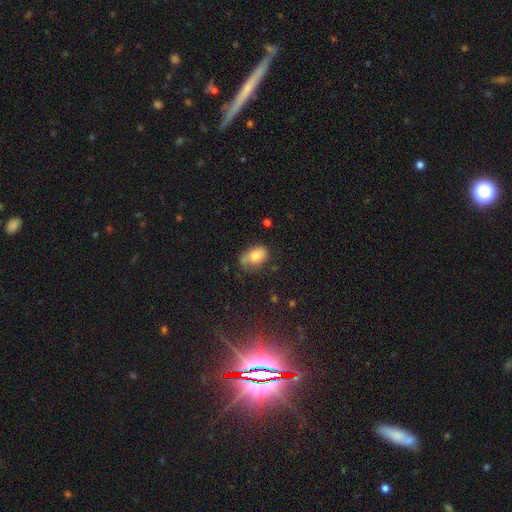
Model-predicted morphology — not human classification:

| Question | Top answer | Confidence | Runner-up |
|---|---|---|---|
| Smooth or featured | smooth | 76% | featured or disk (16%) |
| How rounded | in between | 81% | round (17%) |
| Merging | none | 50% | minor disturbance (32%) |